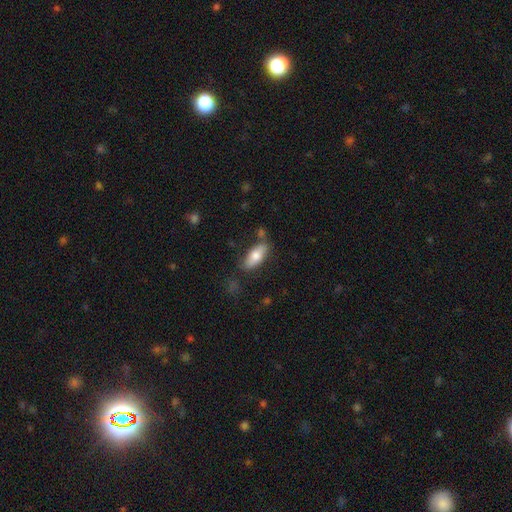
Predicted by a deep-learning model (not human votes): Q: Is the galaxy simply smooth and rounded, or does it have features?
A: smooth — 73%.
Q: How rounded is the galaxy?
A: in between — 76%.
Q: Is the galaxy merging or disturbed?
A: none — 73%.